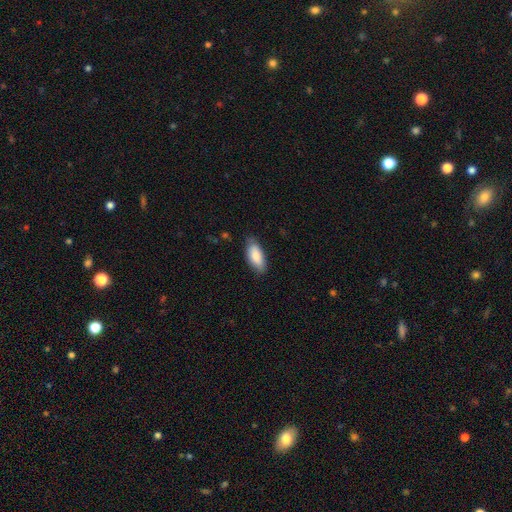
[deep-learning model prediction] Smooth or featured? Predicted: smooth (p=0.85). How rounded? Predicted: in between (p=0.86). Merging? Predicted: none (p=0.77).